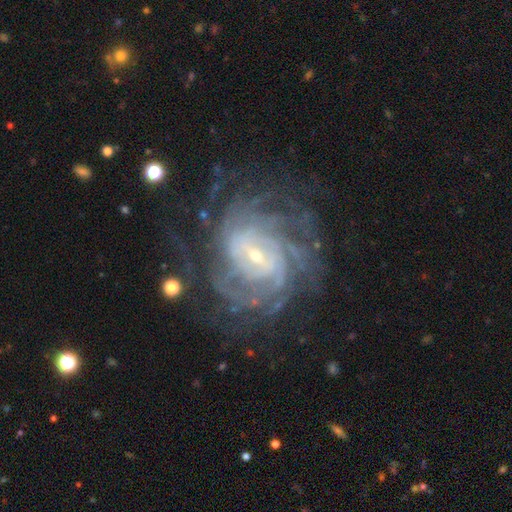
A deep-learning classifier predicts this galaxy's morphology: Smooth or featured? Predicted: featured or disk (p=0.90). Edge-on disk? Predicted: no (p=0.97). Bar? Predicted: weak (p=0.51). Spiral arms? Predicted: yes (p=0.97). Spiral winding? Predicted: tight (p=0.67). Spiral arm count? Predicted: can't tell (p=0.31). Bulge size? Predicted: small (p=0.73). Merging? Predicted: none (p=0.70).